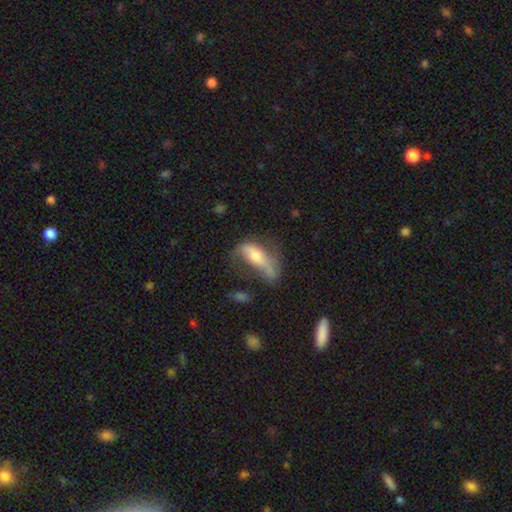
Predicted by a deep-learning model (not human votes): Smooth or featured: featured or disk — 51% (smooth — 42%)
Edge-on disk: no — 69% (yes — 31%)
Merging: none — 35% (major disturbance — 32%)